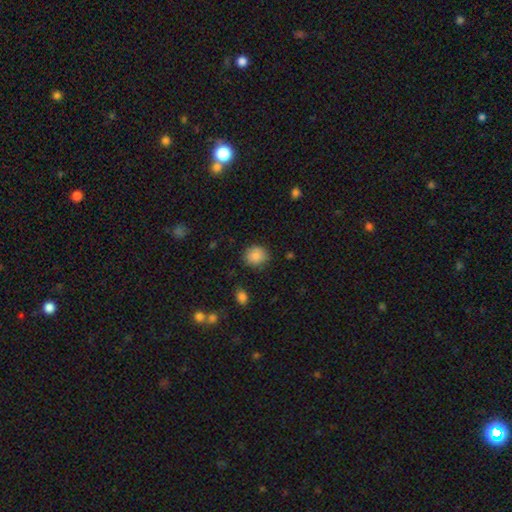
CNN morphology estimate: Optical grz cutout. It shows a smooth galaxy with no disk features (86%) that is round (75%). Merging: none (81%).